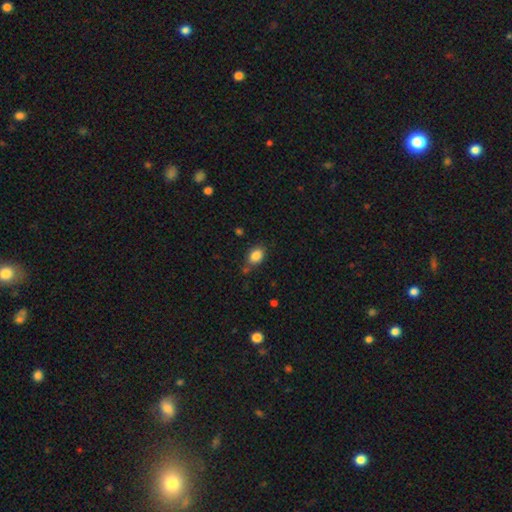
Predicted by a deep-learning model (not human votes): A smooth galaxy with no disk features (86%) that is in between round and cigar-shaped (77%). Merging: none (69%).